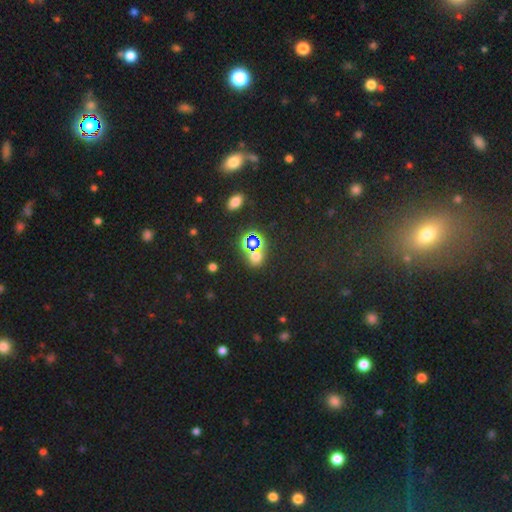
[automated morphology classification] type=star or artifact (56%).